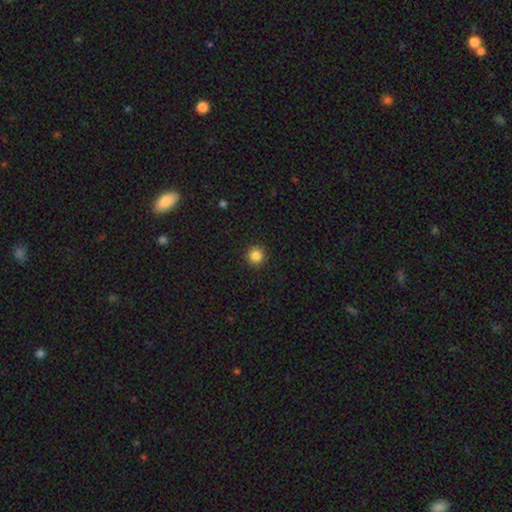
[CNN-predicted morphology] Smooth or featured? Predicted: smooth (p=0.85). How rounded? Predicted: round (p=0.96). Merging? Predicted: none (p=0.93).